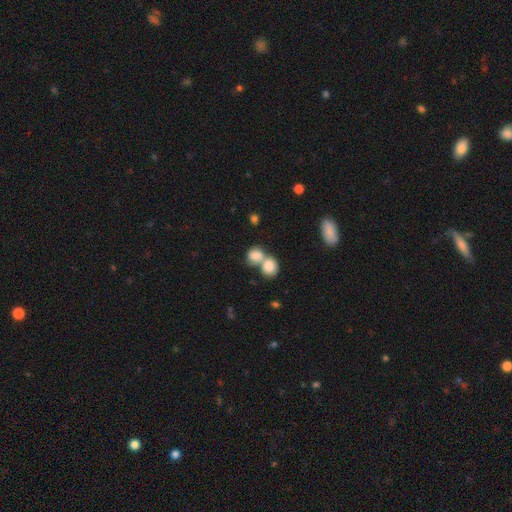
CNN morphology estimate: Smooth or featured? Predicted: smooth (p=0.80). How rounded? Predicted: round (p=0.53). Merging? Predicted: merger (p=0.68).